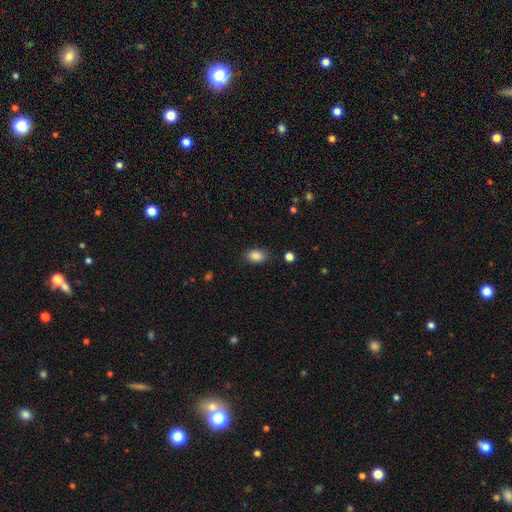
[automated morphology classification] Smooth or featured? Predicted: smooth (p=0.87). How rounded? Predicted: in between (p=0.85). Merging? Predicted: none (p=0.84).